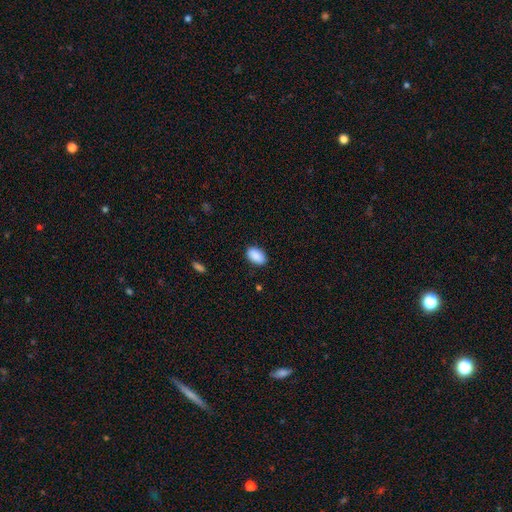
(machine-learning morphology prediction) Q: Smooth or featured?
A: smooth (90%); runner-up: star or artifact (7%)
Q: How rounded?
A: in between (92%); runner-up: round (6%)
Q: Merging?
A: none (85%); runner-up: minor disturbance (11%)